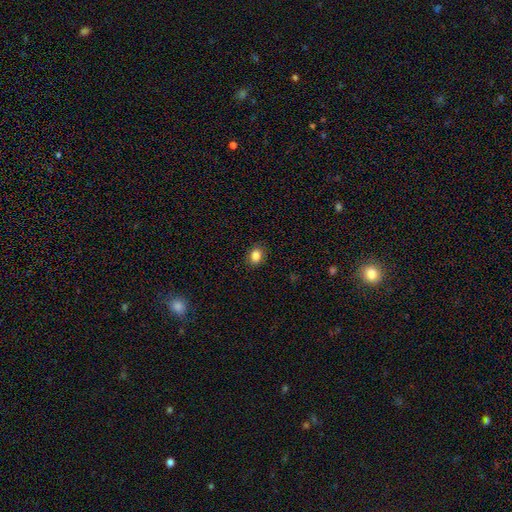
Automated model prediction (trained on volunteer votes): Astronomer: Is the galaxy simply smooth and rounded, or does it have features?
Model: smooth — 85%.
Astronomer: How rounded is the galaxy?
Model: in between — 55% (runner-up: round, 44%).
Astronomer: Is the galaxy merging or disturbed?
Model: none — 88%.